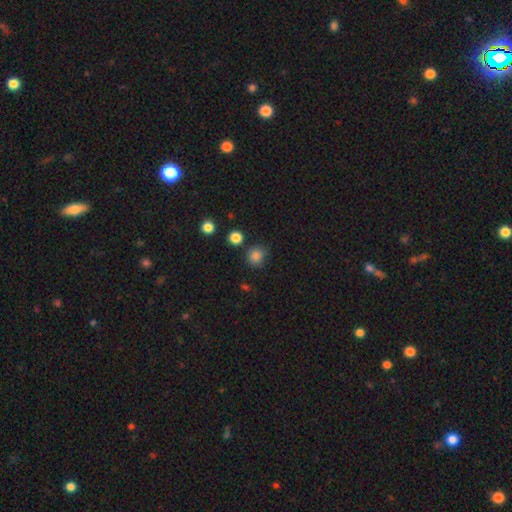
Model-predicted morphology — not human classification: A smooth galaxy with no disk features (83%) that is round (84%).

Vote fractions:
- Smooth or featured? smooth: 83% / star or artifact: 12% / featured or disk: 4%
- How rounded? round: 84% / in between: 15% / cigar-shaped: 1%
- Merging? none: 78% / minor disturbance: 13% / merger: 5% / major disturbance: 4%